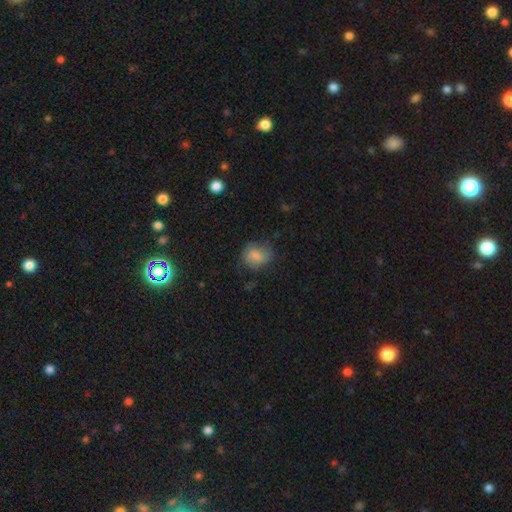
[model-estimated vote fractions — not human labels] A smooth galaxy with no disk features (77%) that is round (51%).

Vote fractions:
- Smooth or featured? smooth: 77% / featured or disk: 14% / star or artifact: 9%
- How rounded? round: 51% / in between: 47% / cigar-shaped: 1%
- Merging? none: 59% / minor disturbance: 27% / major disturbance: 12% / merger: 2%